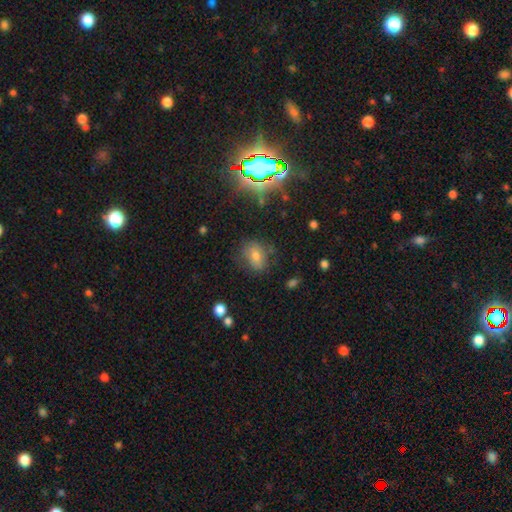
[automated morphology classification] Q: Smooth or featured?
A: smooth (58%); runner-up: star or artifact (25%)
Q: How rounded?
A: in between (55%); runner-up: round (44%)
Q: Merging?
A: none (74%); runner-up: minor disturbance (17%)